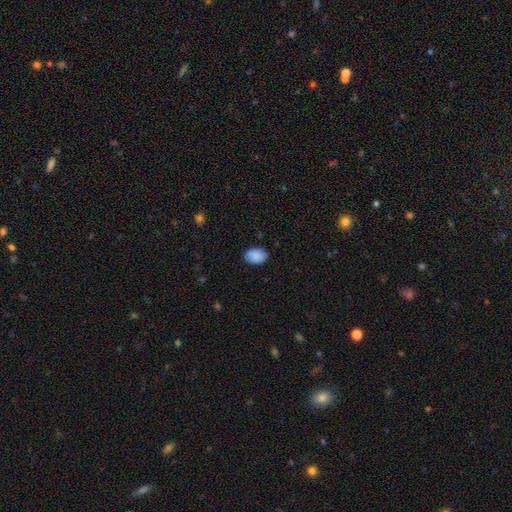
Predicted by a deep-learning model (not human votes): A smooth galaxy with no disk features (87%) that is in between round and cigar-shaped (82%). Merging: none (83%).